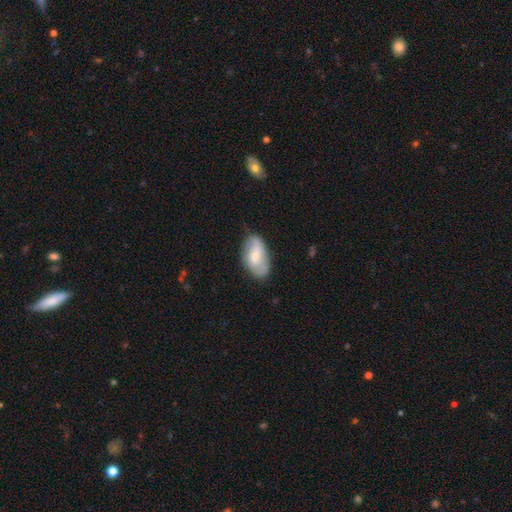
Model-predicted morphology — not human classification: Q: Smooth or featured?
A: smooth (52%); runner-up: featured or disk (42%)
Q: How rounded?
A: in between (92%); runner-up: round (5%)
Q: Merging?
A: none (69%); runner-up: minor disturbance (23%)